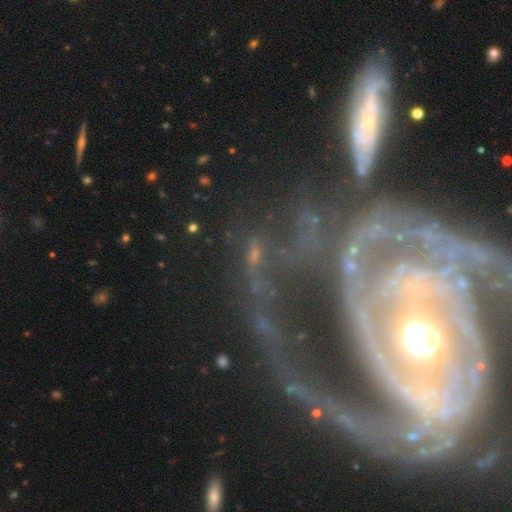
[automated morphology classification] Smooth or featured? Predicted: featured or disk (p=0.64). Edge-on disk? Predicted: no (p=0.87). Bar? Predicted: no (p=0.44). Spiral arms? Predicted: yes (p=0.82). Bulge size? Predicted: small (p=0.47). Merging? Predicted: none (p=0.53).